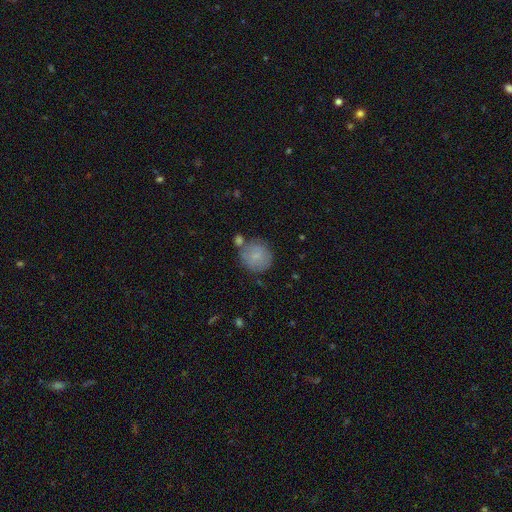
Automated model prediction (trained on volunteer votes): smooth-or-featured: smooth: 75% | featured or disk: 18% | star or artifact: 7%
  how-rounded: round: 88% | in between: 11% | cigar-shaped: 1%
  merging: none: 63% | minor disturbance: 18% | merger: 14% | major disturbance: 6%